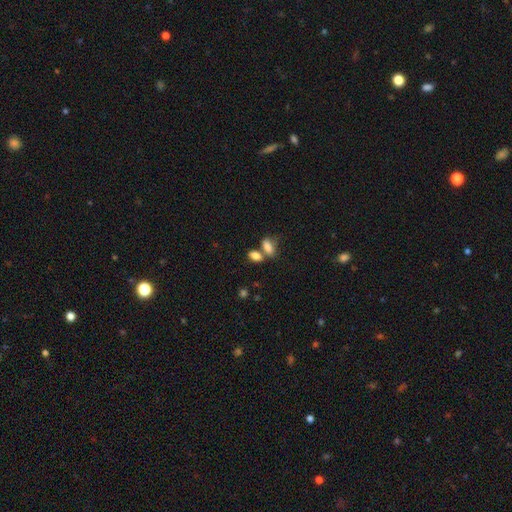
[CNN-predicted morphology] Smooth or featured? smooth (84%)
How rounded? in between (87%)
Merging? merger (43%)